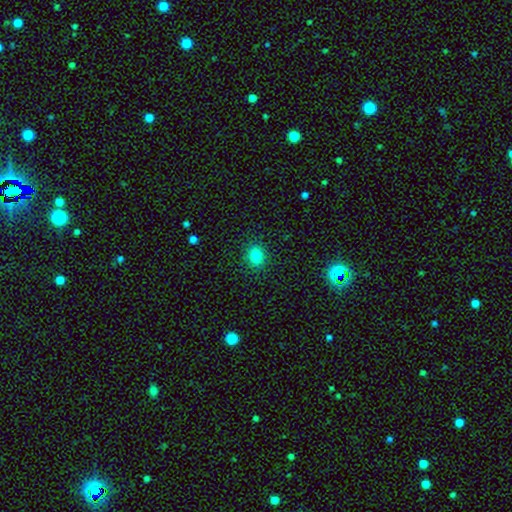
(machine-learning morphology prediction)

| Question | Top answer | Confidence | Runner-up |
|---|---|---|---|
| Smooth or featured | smooth | 83% | star or artifact (11%) |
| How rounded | in between | 64% | round (35%) |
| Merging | none | 88% | minor disturbance (8%) |